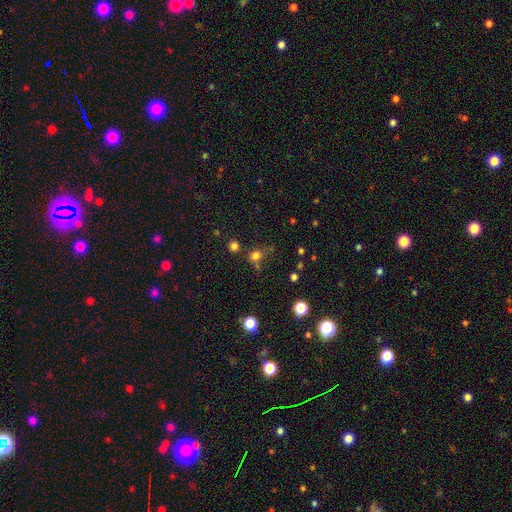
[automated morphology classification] This appears to be a smooth galaxy with no disk features (72%) that is round (79%). Merging: none (60%).